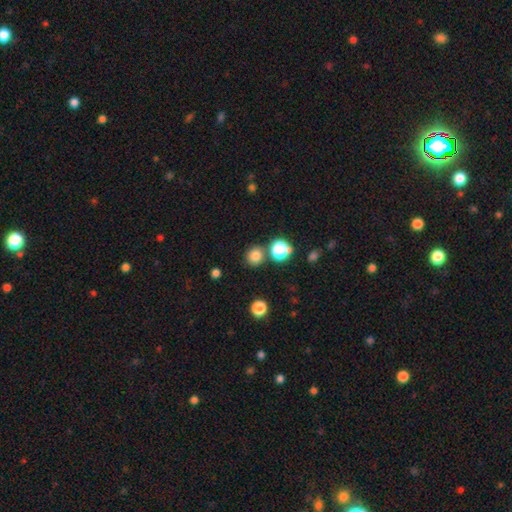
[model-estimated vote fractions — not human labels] Smooth or featured: smooth — 78% (star or artifact — 16%)
How rounded: round — 91% (in between — 8%)
Merging: none — 79% (merger — 10%)